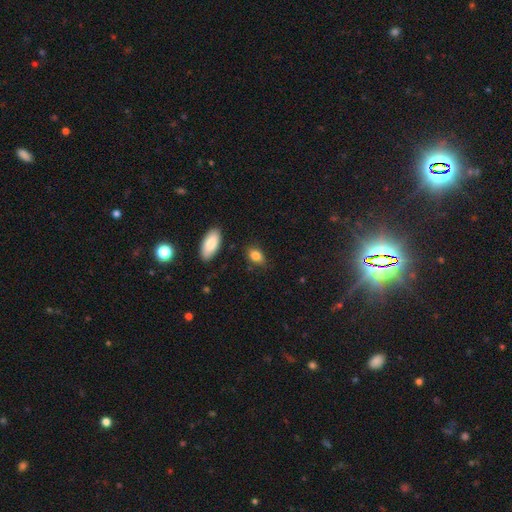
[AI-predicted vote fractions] Smooth or featured?
  - smooth: 85% *
  - star or artifact: 8%
  - featured or disk: 7%
How rounded?
  - in between: 86% *
  - round: 11%
  - cigar-shaped: 3%
Merging?
  - none: 80% *
  - minor disturbance: 14%
  - major disturbance: 3%
  - merger: 3%